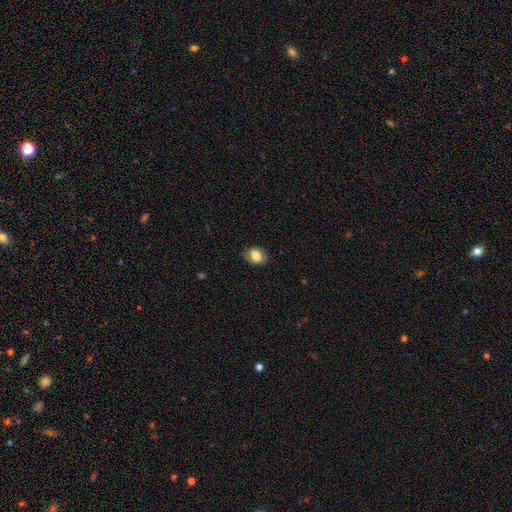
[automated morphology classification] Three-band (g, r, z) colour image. It shows a smooth galaxy with no disk features (81%) that is in between round and cigar-shaped (73%). Merging: none (84%).